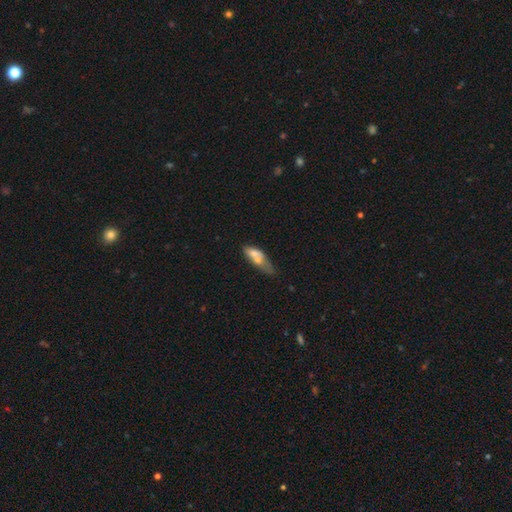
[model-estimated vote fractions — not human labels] A smooth galaxy with no disk features (59%) that is in between round and cigar-shaped (67%).

Vote fractions:
- Smooth or featured? smooth: 59% / featured or disk: 33% / star or artifact: 8%
- How rounded? in between: 67% / cigar-shaped: 28% / round: 5%
- Merging? merger: 42% / none: 23% / minor disturbance: 19% / major disturbance: 15%